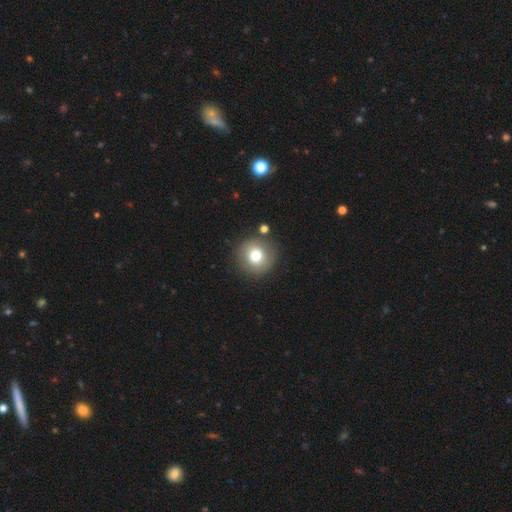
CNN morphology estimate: This appears to be a smooth galaxy with no disk features (74%) that is round (95%). Merging: none (85%).